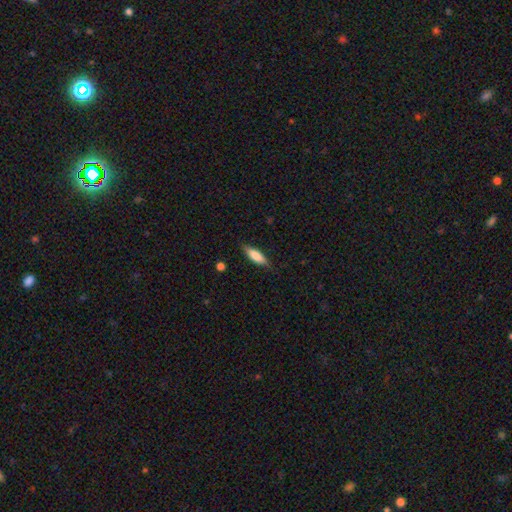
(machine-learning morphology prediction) smooth_or_featured: smooth (p=0.77) [alt: featured or disk p=0.17]
how_rounded: in between (p=0.53) [alt: cigar-shaped p=0.45]
merging: none (p=0.81) [alt: minor disturbance p=0.15]